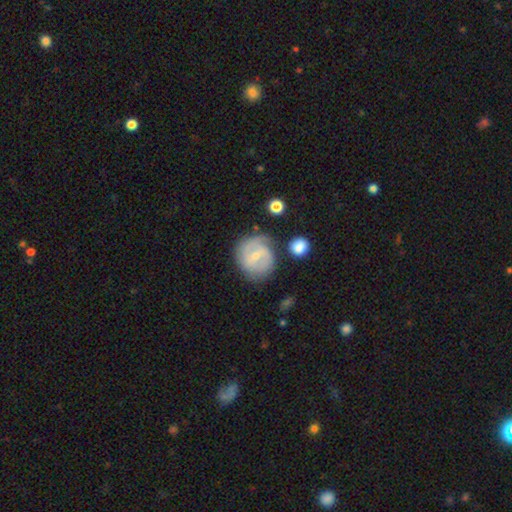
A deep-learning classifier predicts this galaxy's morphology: A featured or disk galaxy (64%) with a weak bar (53%), 2 (63%) medium (42%) spiral arms (83%) and a small central bulge (64%).

Vote fractions:
- Smooth or featured? featured or disk: 64% / smooth: 29% / star or artifact: 6%
- Edge-on disk? no: 97% / yes: 3%
- Bar? weak: 53% / no: 30% / strong: 17%
- Spiral arms? yes: 83% / no: 17%
- Spiral winding? medium: 42% / tight: 41% / loose: 17%
- Spiral arm count? 2: 63% / can't tell: 21% / 1: 7% / 3: 6% / 4: 2% / more than 4: 2%
- Bulge size? small: 64% / moderate: 31% / none: 3% / large: 1% / dominant: 1%
- Merging? none: 65% / minor disturbance: 21% / major disturbance: 9% / merger: 6%